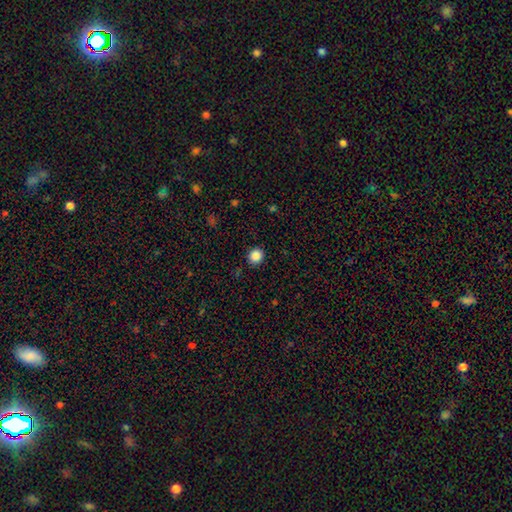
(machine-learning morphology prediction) Smooth or featured: smooth — 86% (star or artifact — 11%)
How rounded: round — 91% (in between — 8%)
Merging: none — 91% (minor disturbance — 6%)